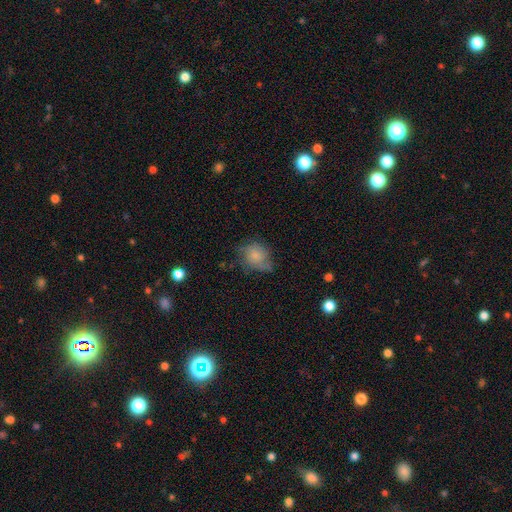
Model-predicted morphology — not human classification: smooth_or_featured: smooth (p=0.69) [alt: featured or disk p=0.22]
how_rounded: round (p=0.53) [alt: in between p=0.45]
merging: none (p=0.46) [alt: minor disturbance p=0.35]